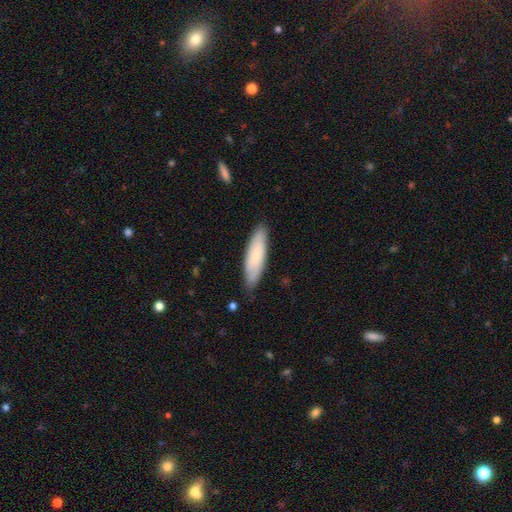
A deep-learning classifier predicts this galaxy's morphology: Q: Smooth or featured?
A: smooth (69%); runner-up: featured or disk (25%)
Q: How rounded?
A: cigar-shaped (62%); runner-up: in between (37%)
Q: Merging?
A: none (80%); runner-up: minor disturbance (16%)